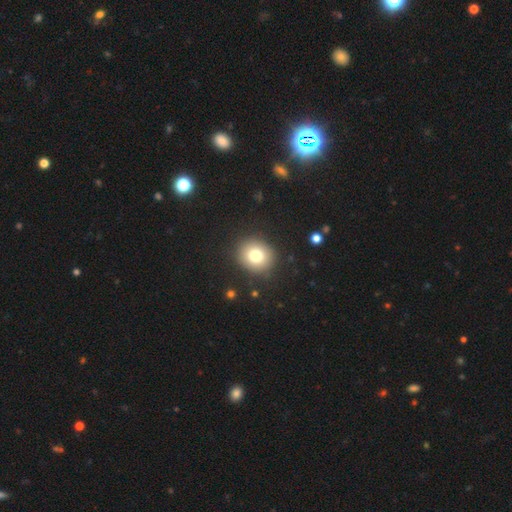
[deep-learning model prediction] smooth-or-featured: smooth: 78% | star or artifact: 11% | featured or disk: 11%
  how-rounded: round: 81% | in between: 18% | cigar-shaped: 1%
  merging: none: 89% | minor disturbance: 7% | major disturbance: 3% | merger: 1%